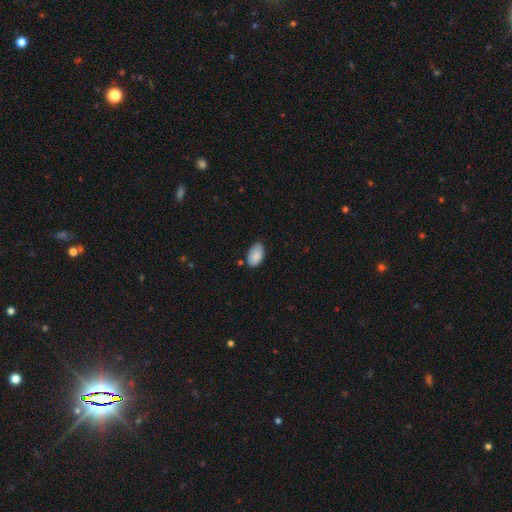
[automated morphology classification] smooth-or-featured: smooth: 86% | featured or disk: 7% | star or artifact: 7%
  how-rounded: in between: 94% | round: 4% | cigar-shaped: 1%
  merging: none: 69% | minor disturbance: 25% | major disturbance: 3% | merger: 3%